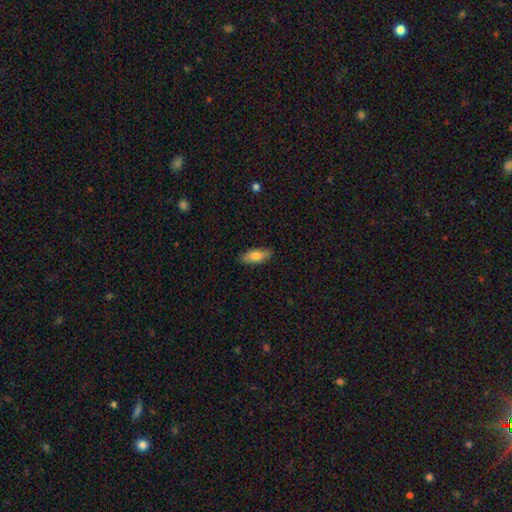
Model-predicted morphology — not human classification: A smooth galaxy with no disk features (78%) that is in between round and cigar-shaped (82%). Merging: none (85%).